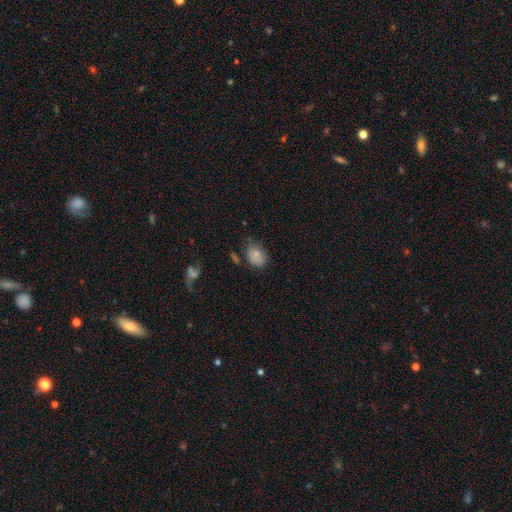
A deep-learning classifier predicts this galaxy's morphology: The model was most divided on "merging": none: 52%, minor disturbance: 32%, major disturbance: 11%, merger: 5%. More confident: smooth or featured — smooth (76%); how rounded — in between (71%).